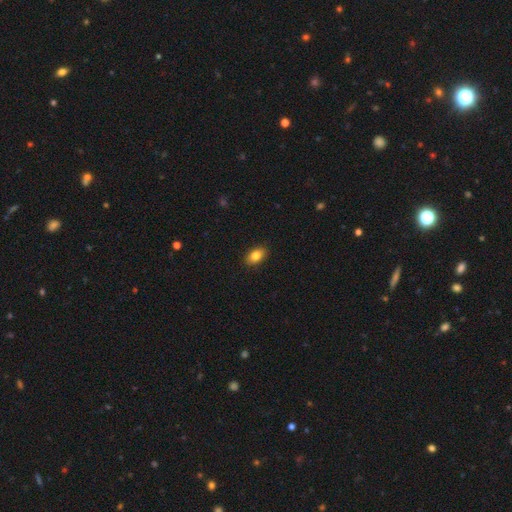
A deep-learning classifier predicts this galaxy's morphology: smooth 83%, featured or disk 9%, star or artifact 8%. Down the decision tree: how rounded — in between (87%); merging — none (89%).